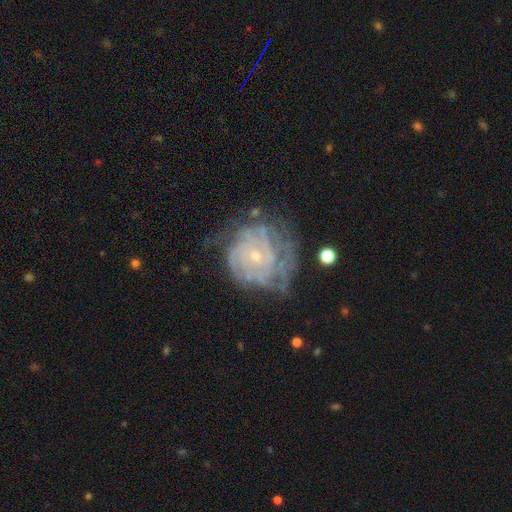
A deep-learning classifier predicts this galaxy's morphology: A featured or disk galaxy (81%) with no bar (81%), tight (76%) spiral arms (89%) and a small central bulge (75%).

Vote fractions:
- Smooth or featured? featured or disk: 81% / smooth: 12% / star or artifact: 8%
- Edge-on disk? no: 97% / yes: 3%
- Bar? no: 81% / weak: 16% / strong: 3%
- Spiral arms? yes: 89% / no: 11%
- Spiral winding? tight: 76% / medium: 19% / loose: 6%
- Spiral arm count? can't tell: 49% / 4: 14% / 3: 13% / 2: 12% / more than 4: 8% / 1: 5%
- Bulge size? small: 75% / moderate: 20% / none: 2% / large: 1% / dominant: 1%
- Merging? none: 58% / minor disturbance: 24% / major disturbance: 16% / merger: 2%